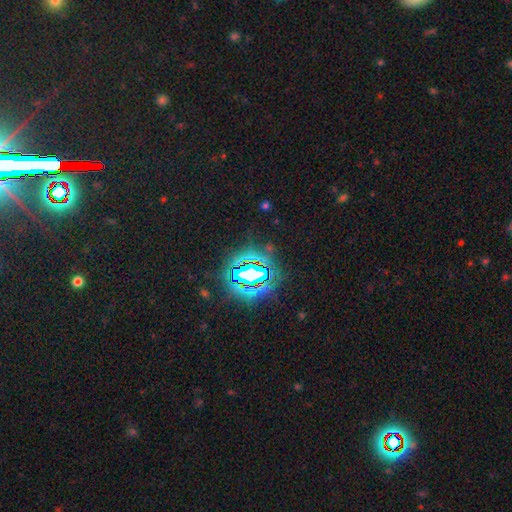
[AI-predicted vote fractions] Smooth or featured: star or artifact — 81% (smooth — 10%)